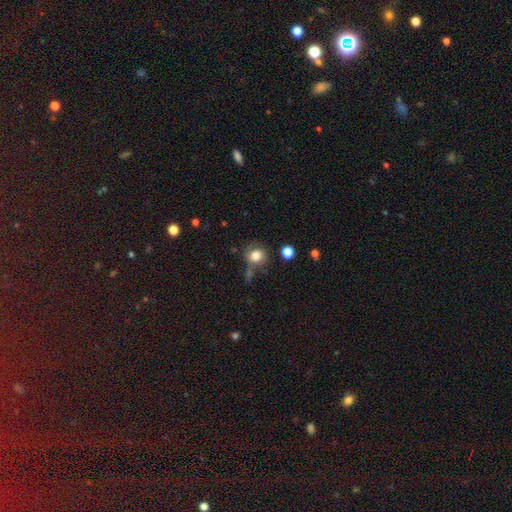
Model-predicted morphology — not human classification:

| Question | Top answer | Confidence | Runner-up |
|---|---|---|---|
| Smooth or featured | smooth | 79% | star or artifact (11%) |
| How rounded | round | 84% | in between (15%) |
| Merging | none | 65% | minor disturbance (18%) |